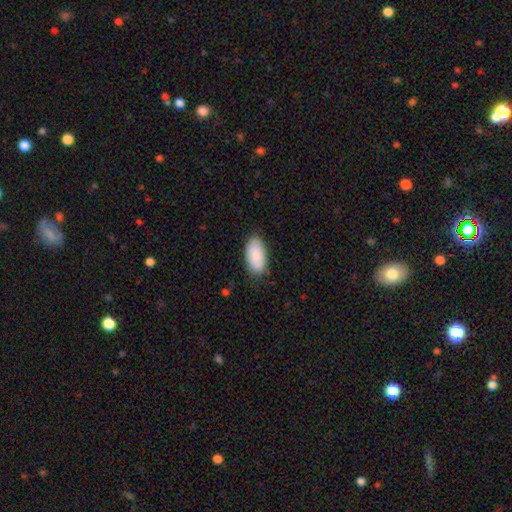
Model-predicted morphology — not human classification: type=smooth (89%); roundness=in between (94%); merging=none (82%).